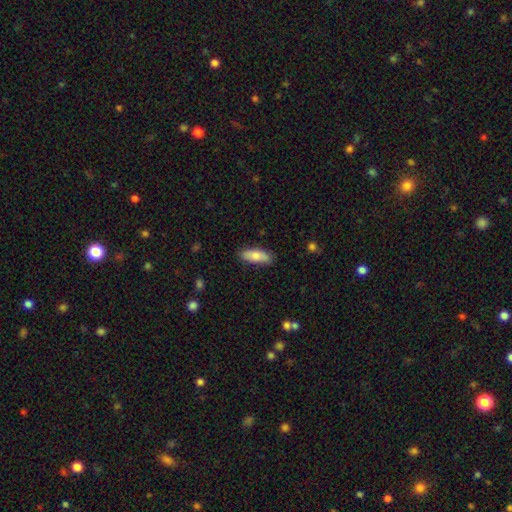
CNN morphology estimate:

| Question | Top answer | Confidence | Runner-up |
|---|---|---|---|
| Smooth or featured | smooth | 77% | featured or disk (17%) |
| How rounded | in between | 67% | cigar-shaped (30%) |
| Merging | none | 83% | minor disturbance (13%) |